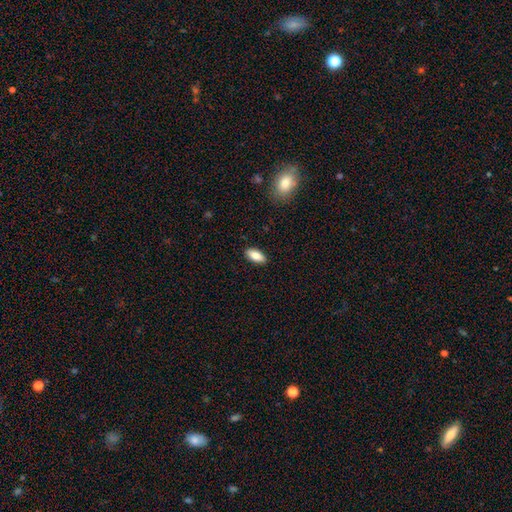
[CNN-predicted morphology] This is clearly a smooth galaxy (81%). How rounded: clearly in between (85%). Merging: clearly none (89%).